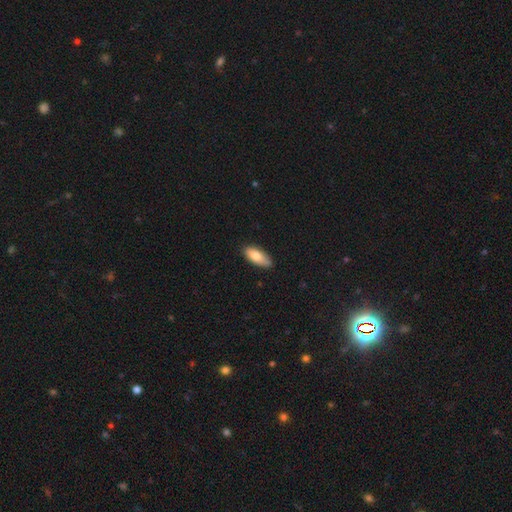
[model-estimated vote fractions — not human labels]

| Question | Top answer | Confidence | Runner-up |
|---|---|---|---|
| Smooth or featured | smooth | 83% | featured or disk (11%) |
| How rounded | in between | 82% | cigar-shaped (16%) |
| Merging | none | 79% | minor disturbance (18%) |